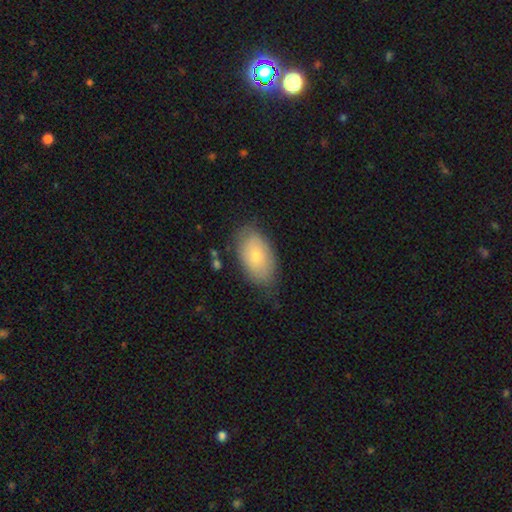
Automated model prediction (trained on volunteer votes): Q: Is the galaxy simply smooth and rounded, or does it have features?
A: smooth — 68%.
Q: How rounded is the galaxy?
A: in between — 93%.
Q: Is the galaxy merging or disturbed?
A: none — 72%.